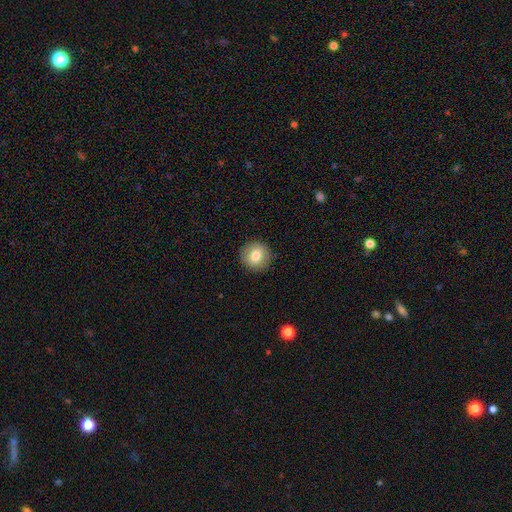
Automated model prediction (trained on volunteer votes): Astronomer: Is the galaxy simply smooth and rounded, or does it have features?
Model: smooth — 80%.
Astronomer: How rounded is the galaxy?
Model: round — 93%.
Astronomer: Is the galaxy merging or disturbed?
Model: none — 91%.